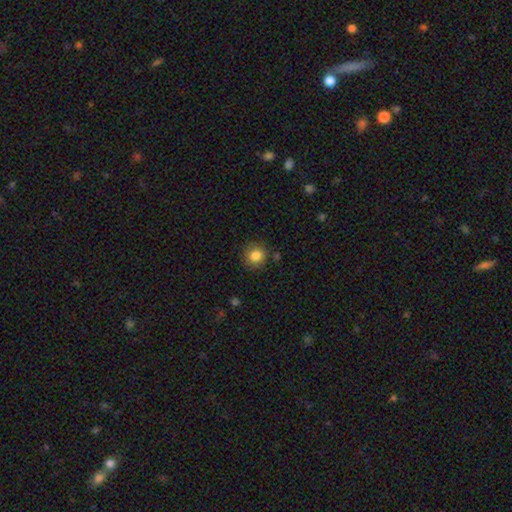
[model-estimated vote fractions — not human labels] smooth_or_featured: smooth (p=0.83) [alt: star or artifact p=0.10]
how_rounded: round (p=0.87) [alt: in between p=0.13]
merging: none (p=0.84) [alt: minor disturbance p=0.11]